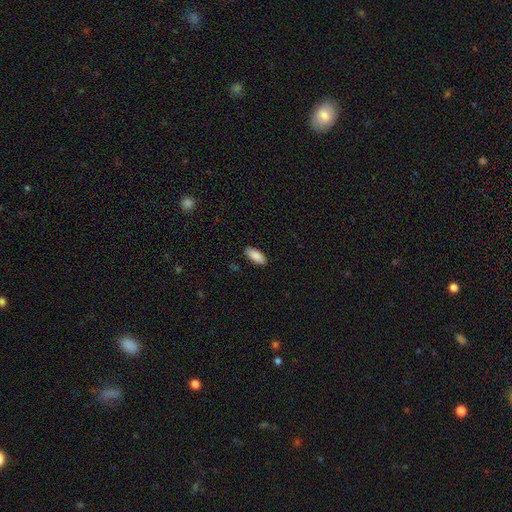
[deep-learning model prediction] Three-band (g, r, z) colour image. It shows a smooth galaxy with no disk features (89%) that is in between round and cigar-shaped (82%). Merging: none (89%).